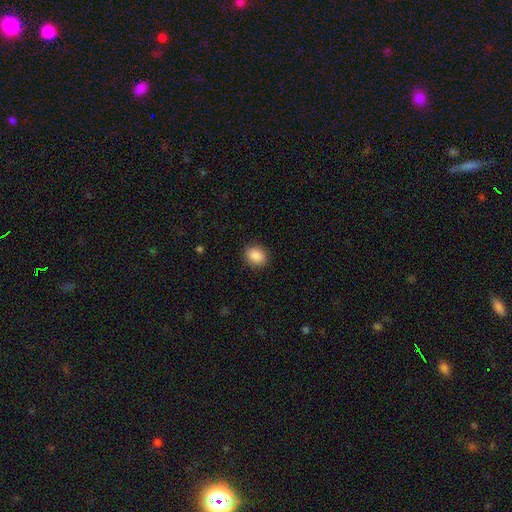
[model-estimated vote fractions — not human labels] smooth 89%, star or artifact 8%, featured or disk 3%. Down the decision tree: how rounded — round (50%); merging — none (89%).